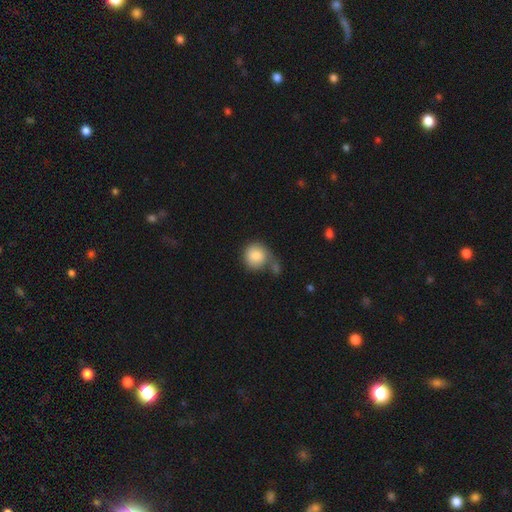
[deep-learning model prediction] Smooth or featured: smooth — 83% (featured or disk — 10%)
How rounded: round — 87% (in between — 12%)
Merging: none — 42% (merger — 26%)